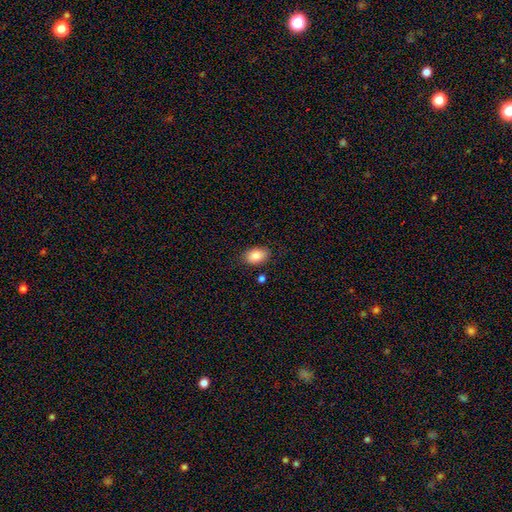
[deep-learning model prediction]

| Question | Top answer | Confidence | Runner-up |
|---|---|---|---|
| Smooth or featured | smooth | 86% | star or artifact (7%) |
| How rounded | in between | 89% | round (10%) |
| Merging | none | 83% | minor disturbance (11%) |